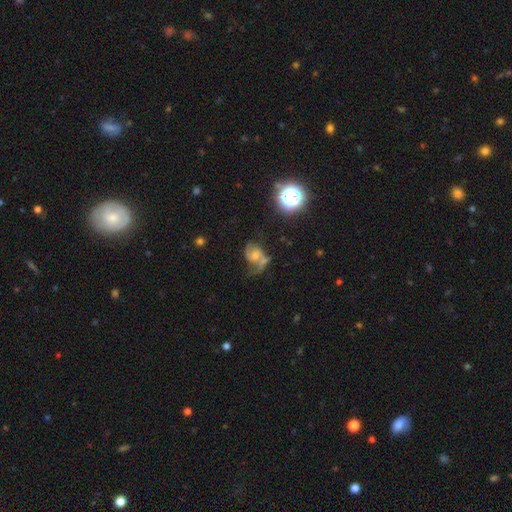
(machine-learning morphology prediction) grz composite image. It shows a featured or disk galaxy (67%) with no bar (65%), 2 (74%) medium (44%) spiral arms (87%) and a moderate central bulge (50%). Merging: none (38%).